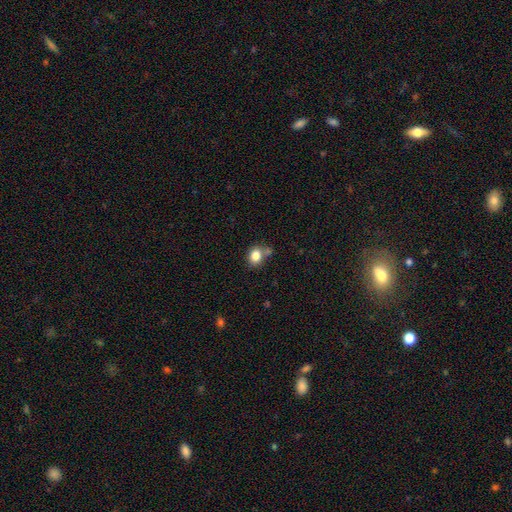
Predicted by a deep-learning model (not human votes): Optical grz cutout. It shows a smooth galaxy with no disk features (83%) that is round (55%). Merging: none (60%).